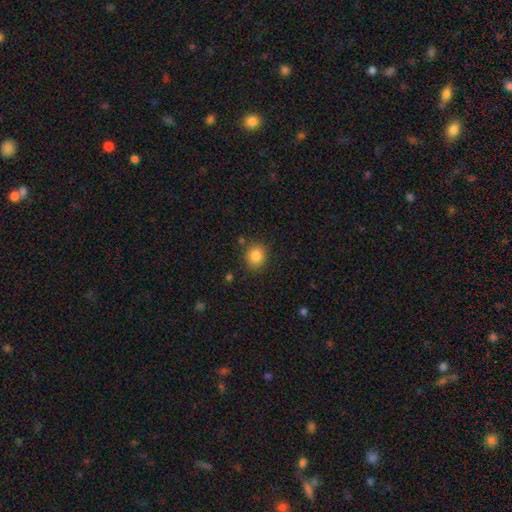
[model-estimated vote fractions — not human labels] Q: Smooth or featured?
A: smooth (84%); runner-up: star or artifact (10%)
Q: How rounded?
A: round (81%); runner-up: in between (18%)
Q: Merging?
A: none (85%); runner-up: minor disturbance (9%)